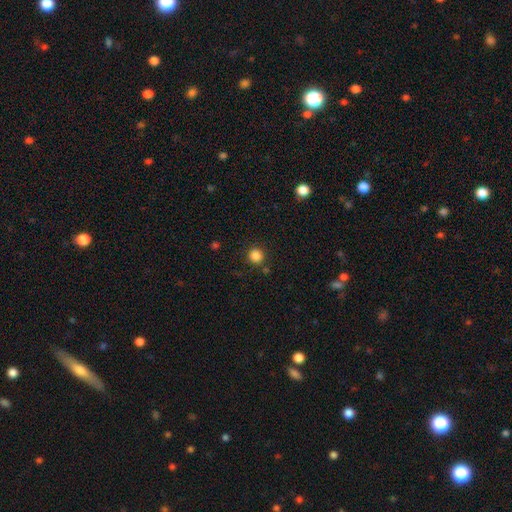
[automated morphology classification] smooth_or_featured: smooth (p=0.84) [alt: star or artifact p=0.12]
how_rounded: round (p=0.93) [alt: in between p=0.06]
merging: none (p=0.85) [alt: minor disturbance p=0.08]